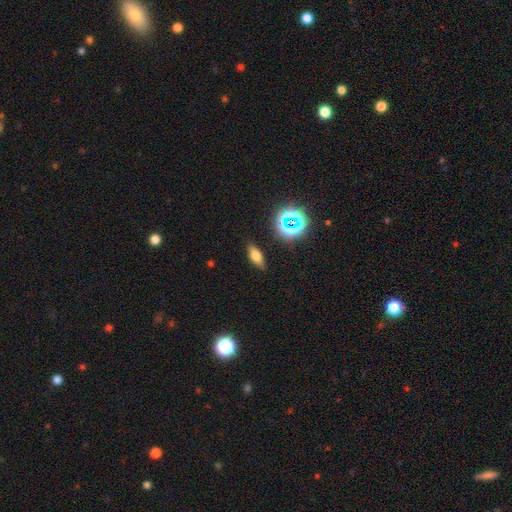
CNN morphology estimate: A smooth galaxy with no disk features (64%) that is in between round and cigar-shaped (69%).

Vote fractions:
- Smooth or featured? smooth: 64% / featured or disk: 19% / star or artifact: 17%
- How rounded? in between: 69% / cigar-shaped: 24% / round: 7%
- Merging? none: 85% / minor disturbance: 11% / major disturbance: 3% / merger: 2%